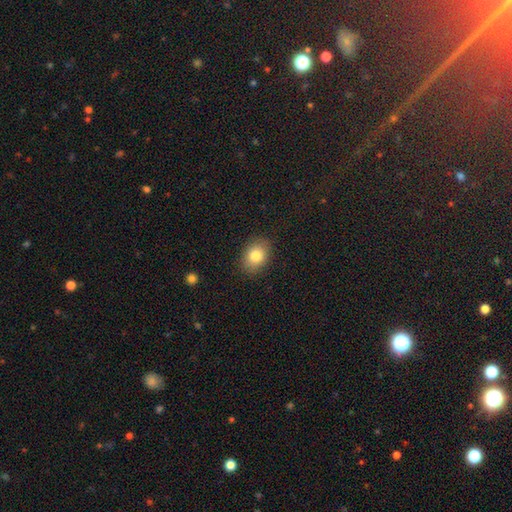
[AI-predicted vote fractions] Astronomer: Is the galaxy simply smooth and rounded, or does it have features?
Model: smooth — 82%.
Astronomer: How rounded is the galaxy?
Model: in between — 68%.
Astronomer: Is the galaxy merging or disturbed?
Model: none — 87%.